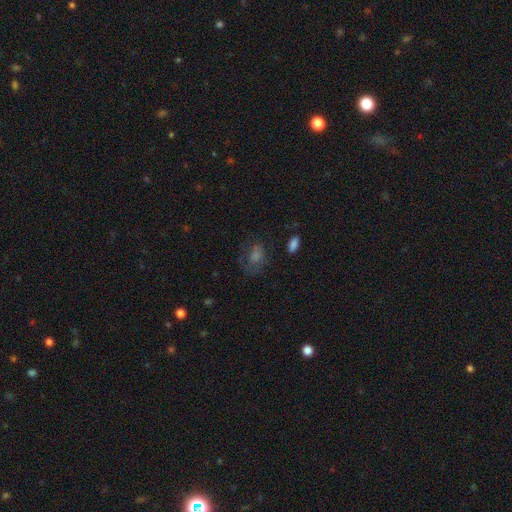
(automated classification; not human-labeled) Q: Smooth or featured?
A: smooth (46%); runner-up: star or artifact (28%)
Q: Merging?
A: none (60%); runner-up: minor disturbance (20%)